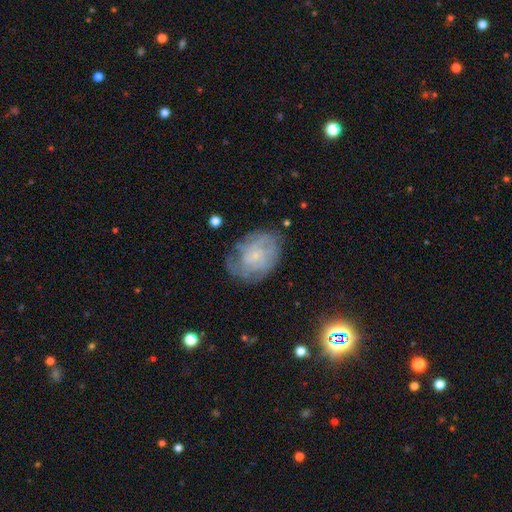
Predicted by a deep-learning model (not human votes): Q: Smooth or featured?
A: featured or disk (71%); runner-up: smooth (20%)
Q: Edge-on disk?
A: no (97%); runner-up: yes (3%)
Q: Bar?
A: no (76%); runner-up: weak (21%)
Q: Spiral arms?
A: yes (85%); runner-up: no (15%)
Q: Spiral winding?
A: tight (59%); runner-up: medium (31%)
Q: Spiral arm count?
A: can't tell (50%); runner-up: 2 (15%)
Q: Bulge size?
A: small (79%); runner-up: moderate (11%)
Q: Merging?
A: none (66%); runner-up: minor disturbance (21%)